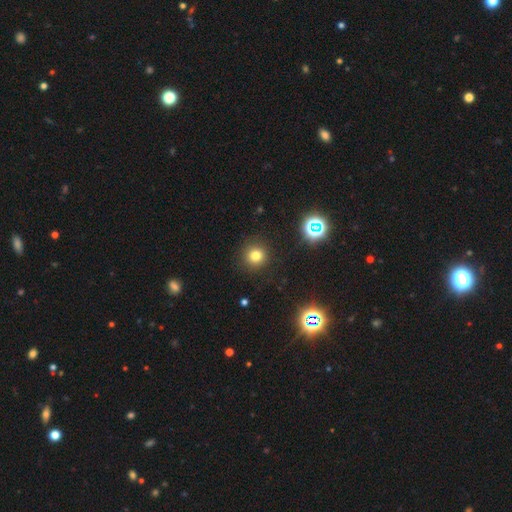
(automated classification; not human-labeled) Smooth or featured? smooth (76%)
How rounded? round (93%)
Merging? none (90%)